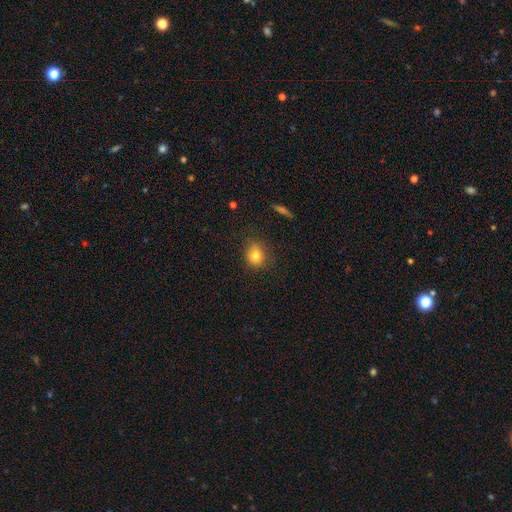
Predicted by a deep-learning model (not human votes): This is likely a smooth galaxy (80%). How rounded: likely round (68%). Merging: likely none (79%).